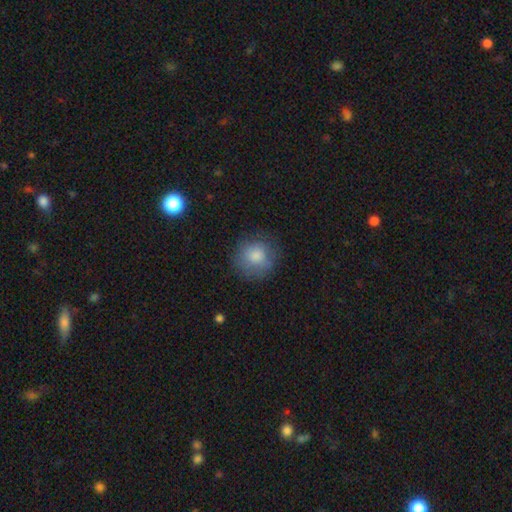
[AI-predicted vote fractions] The model was most divided on "merging": none: 75%, minor disturbance: 17%, major disturbance: 6%, merger: 1%. More confident: how rounded — round (88%); smooth or featured — smooth (79%).